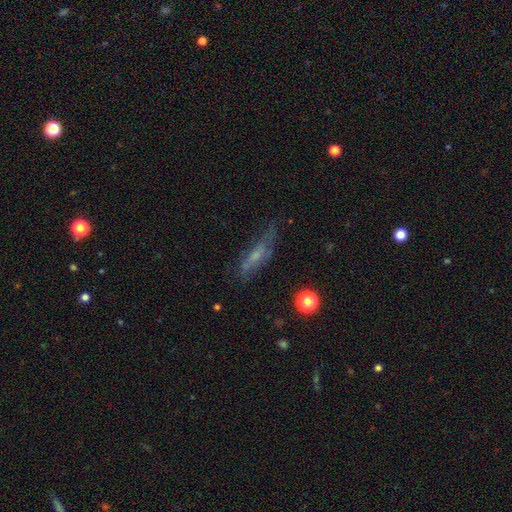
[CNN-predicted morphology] A featured or disk galaxy (47%).

Vote fractions:
- Smooth or featured? featured or disk: 47% / smooth: 39% / star or artifact: 14%
- Merging? none: 60% / minor disturbance: 25% / major disturbance: 13% / merger: 3%